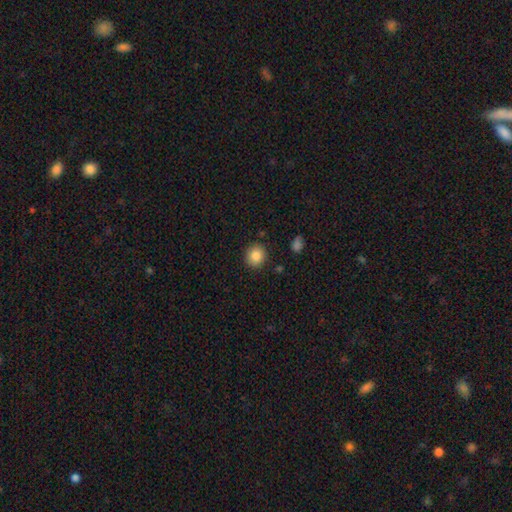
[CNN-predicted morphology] Smooth or featured? Predicted: smooth (p=0.86). How rounded? Predicted: round (p=0.86). Merging? Predicted: none (p=0.89).